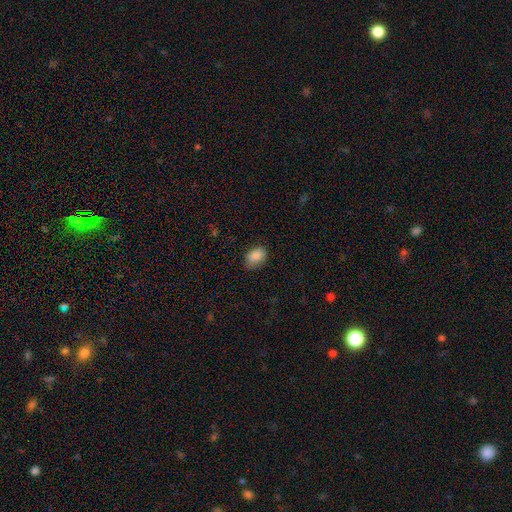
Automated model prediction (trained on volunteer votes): This is clearly a smooth galaxy (87%). How rounded: clearly in between (81%). Merging: likely none (73%).